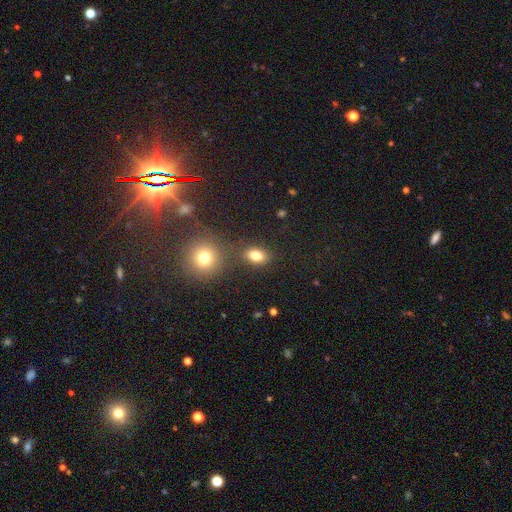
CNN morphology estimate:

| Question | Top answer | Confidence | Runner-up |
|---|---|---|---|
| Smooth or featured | smooth | 80% | star or artifact (12%) |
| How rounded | in between | 76% | round (22%) |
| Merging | none | 78% | minor disturbance (10%) |